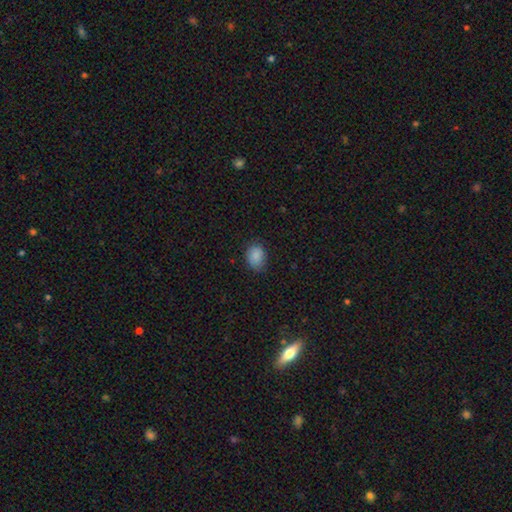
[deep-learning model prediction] Smooth or featured? Predicted: smooth (p=0.87). How rounded? Predicted: in between (p=0.63). Merging? Predicted: none (p=0.73).